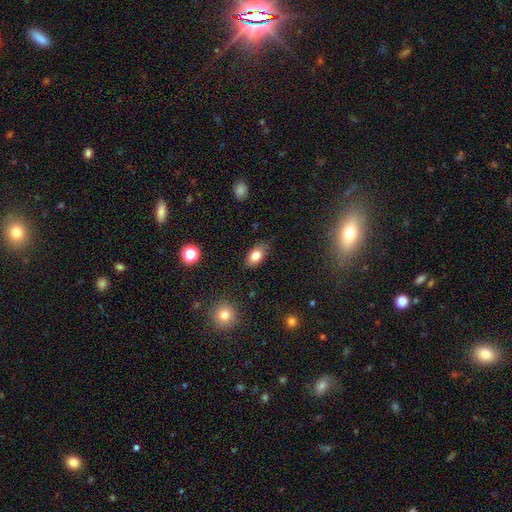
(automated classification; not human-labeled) Smooth or featured?
  - smooth: 81% *
  - featured or disk: 11%
  - star or artifact: 9%
How rounded?
  - in between: 89% *
  - round: 8%
  - cigar-shaped: 3%
Merging?
  - none: 81% *
  - minor disturbance: 15%
  - major disturbance: 3%
  - merger: 1%